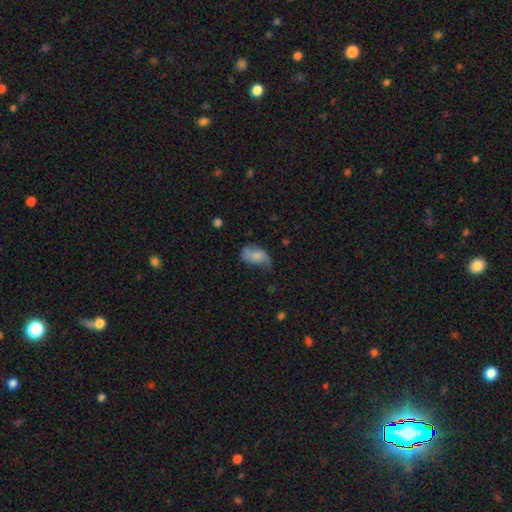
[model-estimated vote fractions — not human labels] A smooth galaxy with no disk features (54%) that is in between round and cigar-shaped (89%).

Vote fractions:
- Smooth or featured? smooth: 54% / featured or disk: 38% / star or artifact: 9%
- How rounded? in between: 89% / round: 8% / cigar-shaped: 2%
- Merging? none: 39% / minor disturbance: 35% / major disturbance: 22% / merger: 4%